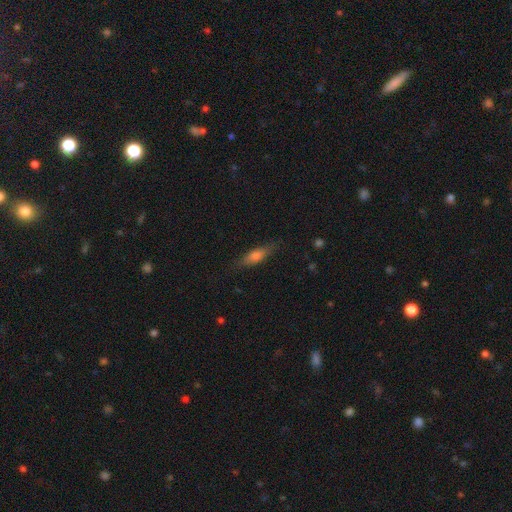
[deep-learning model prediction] Smooth or featured: smooth — 61% (featured or disk — 31%)
How rounded: cigar-shaped — 58% (in between — 39%)
Merging: none — 81% (minor disturbance — 15%)